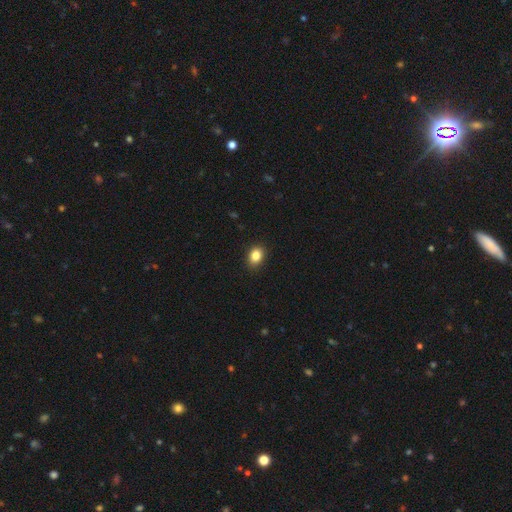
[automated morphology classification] smooth 85%, star or artifact 10%, featured or disk 6%. Down the decision tree: how rounded — in between (60%); merging — none (88%).